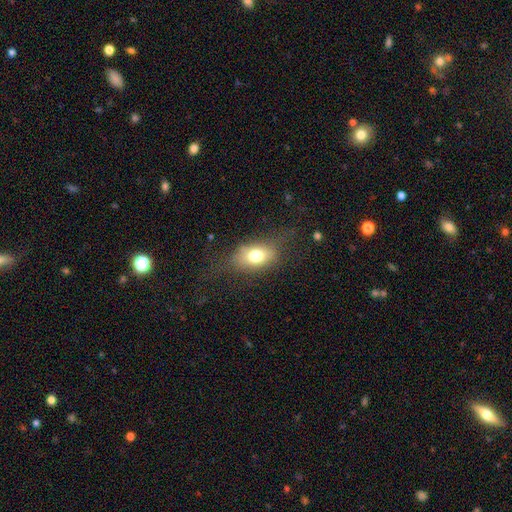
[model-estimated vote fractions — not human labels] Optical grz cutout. It shows a smooth galaxy with no disk features (73%) that is in between round and cigar-shaped (80%). Merging: none (66%).